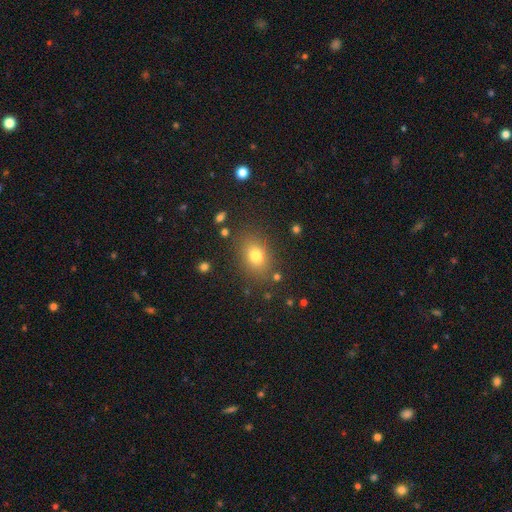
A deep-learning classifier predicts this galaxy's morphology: This is likely a smooth galaxy (76%). How rounded: likely in between (64%). Merging: clearly none (83%).